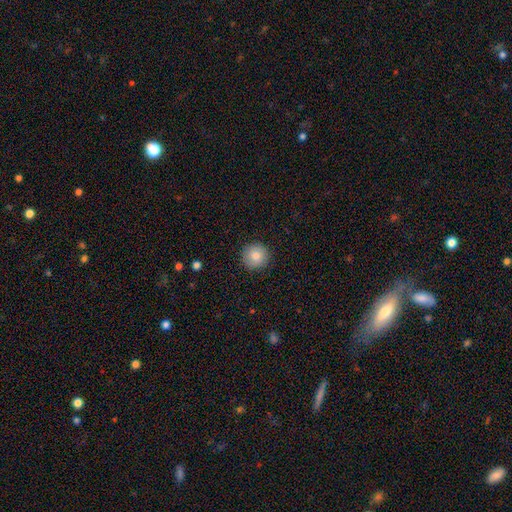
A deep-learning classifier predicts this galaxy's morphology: This appears to be a smooth galaxy with no disk features (83%) that is round (95%). Merging: none (91%).